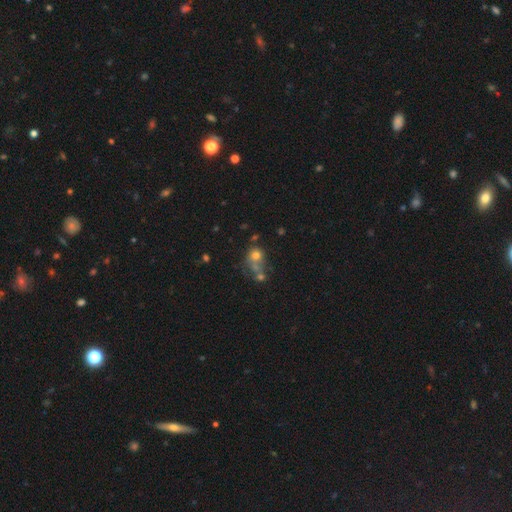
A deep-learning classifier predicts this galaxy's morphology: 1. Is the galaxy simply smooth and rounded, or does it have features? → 67% smooth, 17% featured or disk, 16% star or artifact.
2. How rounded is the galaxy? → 73% round, 26% in between, 1% cigar-shaped.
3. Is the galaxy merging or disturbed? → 42% merger, 34% none, 13% minor disturbance, 11% major disturbance.